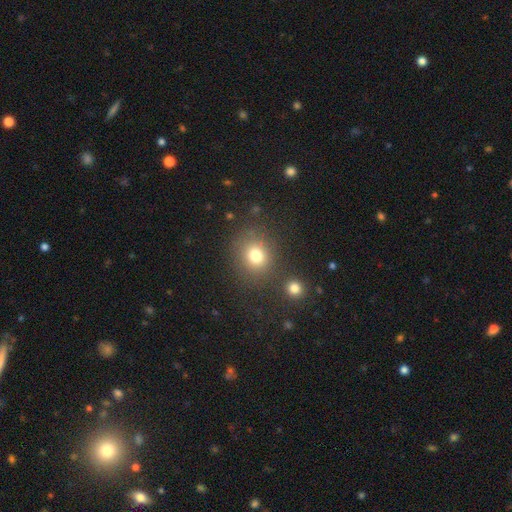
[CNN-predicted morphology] type=smooth (77%); roundness=round (77%); merging=none (78%).